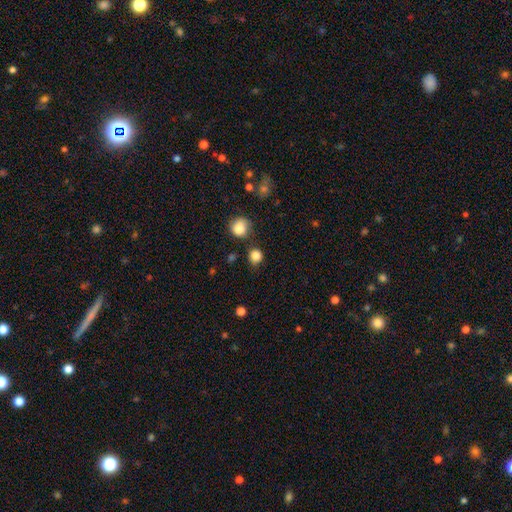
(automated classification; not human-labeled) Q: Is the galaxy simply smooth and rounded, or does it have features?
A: smooth — 84%.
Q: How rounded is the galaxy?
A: round — 86%.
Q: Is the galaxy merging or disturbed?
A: none — 78%.